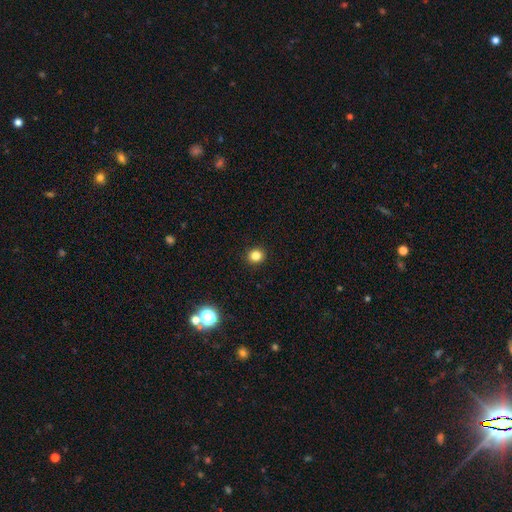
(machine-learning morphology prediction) smooth-or-featured: smooth: 82% | star or artifact: 13% | featured or disk: 5%
  how-rounded: round: 87% | in between: 12% | cigar-shaped: 1%
  merging: none: 93% | minor disturbance: 5% | major disturbance: 2% | merger: 1%